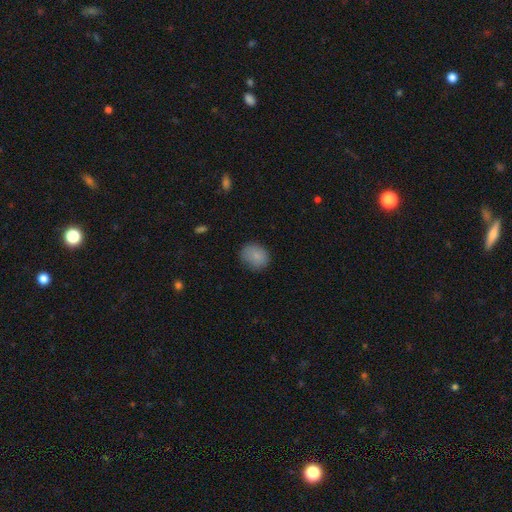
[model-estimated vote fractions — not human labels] Q: Smooth or featured?
A: smooth (85%); runner-up: star or artifact (8%)
Q: How rounded?
A: round (54%); runner-up: in between (45%)
Q: Merging?
A: none (80%); runner-up: minor disturbance (15%)